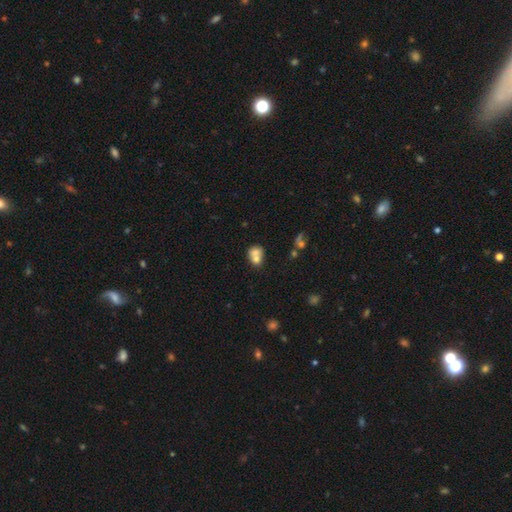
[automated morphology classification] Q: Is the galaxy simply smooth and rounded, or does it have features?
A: smooth — 68%.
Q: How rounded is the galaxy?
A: round — 57%.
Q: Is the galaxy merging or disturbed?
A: merger — 65%.